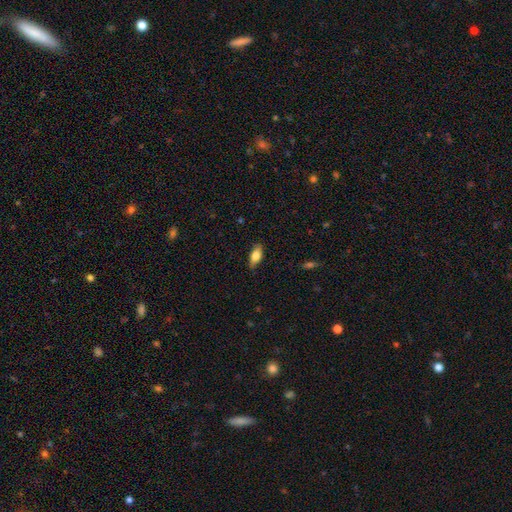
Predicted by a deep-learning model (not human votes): This appears to be a smooth galaxy with no disk features (72%) that is in between round and cigar-shaped (79%). Merging: none (81%).